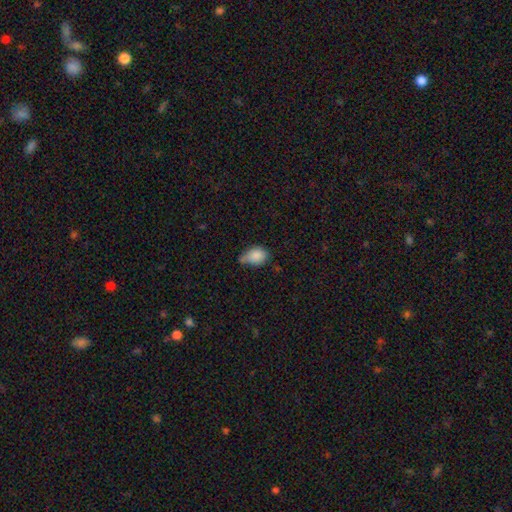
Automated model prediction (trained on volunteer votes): Morphology: type=smooth (84%); roundness=in between (72%); merging=minor disturbance (43%).